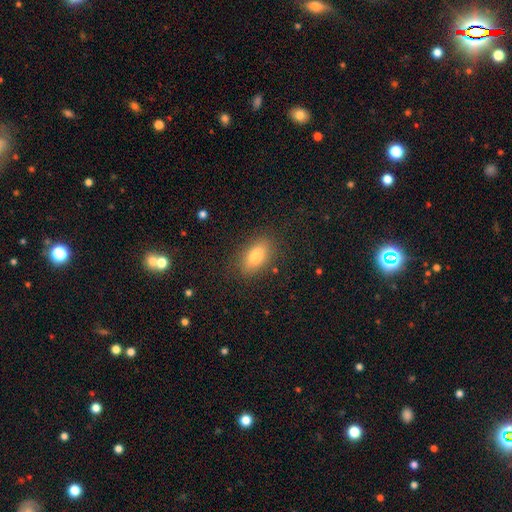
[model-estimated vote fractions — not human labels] A smooth galaxy with no disk features (78%) that is in between round and cigar-shaped (86%). Merging: none (84%).